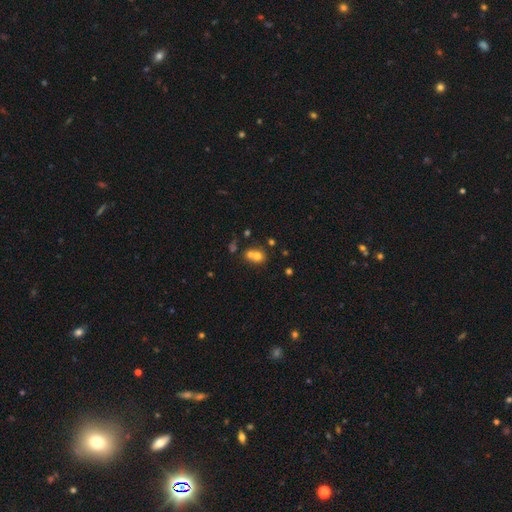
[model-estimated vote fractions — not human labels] Q: Smooth or featured?
A: smooth (69%); runner-up: featured or disk (17%)
Q: How rounded?
A: round (73%); runner-up: in between (26%)
Q: Merging?
A: merger (57%); runner-up: none (33%)